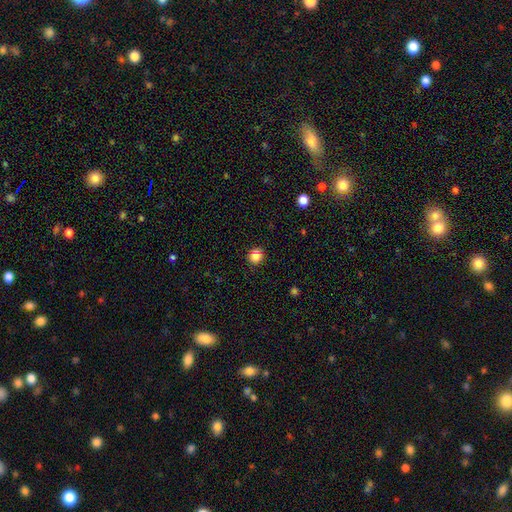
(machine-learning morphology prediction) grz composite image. It shows a smooth galaxy with no disk features (84%) that is round (85%). Merging: none (89%).